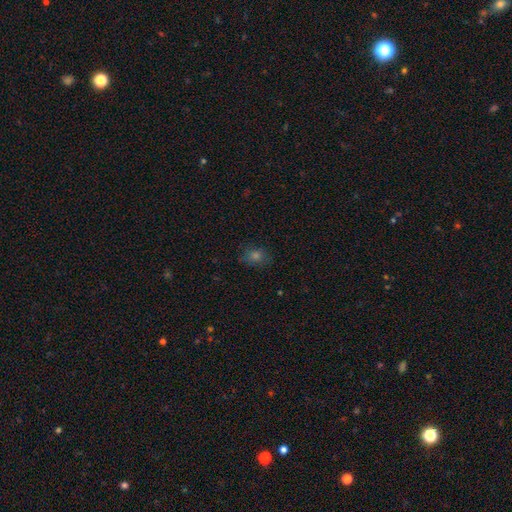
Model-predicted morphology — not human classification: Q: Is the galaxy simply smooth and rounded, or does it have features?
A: smooth — 67%.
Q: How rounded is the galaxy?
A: in between — 56%.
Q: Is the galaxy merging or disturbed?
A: none — 81%.